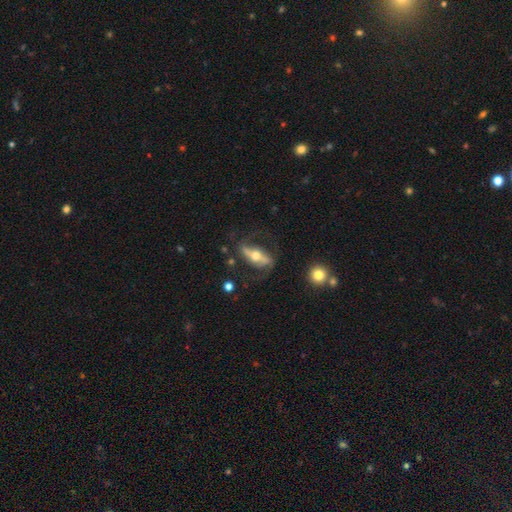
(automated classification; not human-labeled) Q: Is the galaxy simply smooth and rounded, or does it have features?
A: featured or disk — 75%.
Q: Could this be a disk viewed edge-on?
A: no — 69%.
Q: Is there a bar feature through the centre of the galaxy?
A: strong — 58%.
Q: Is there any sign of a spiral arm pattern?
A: yes — 81%.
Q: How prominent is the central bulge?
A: moderate — 67%.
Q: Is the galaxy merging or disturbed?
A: none — 65%.